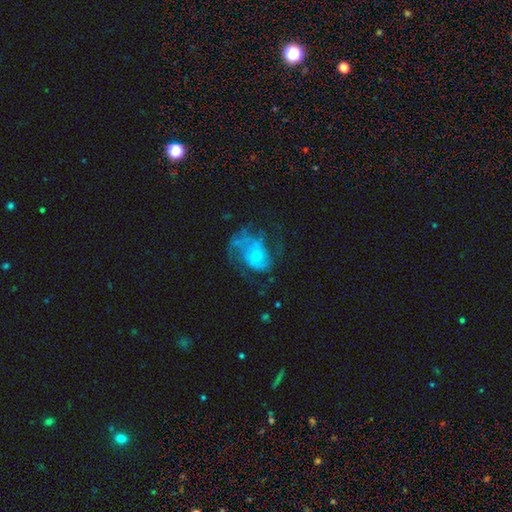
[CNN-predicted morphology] featured or disk 71%, smooth 20%, star or artifact 9%. Down the decision tree: edge-on disk — no (98%); bar — no (73%); spiral arms — yes (79%); spiral arm count — 2 (38%); spiral winding — medium (44%); bulge size — small (57%); merging — none (42%).